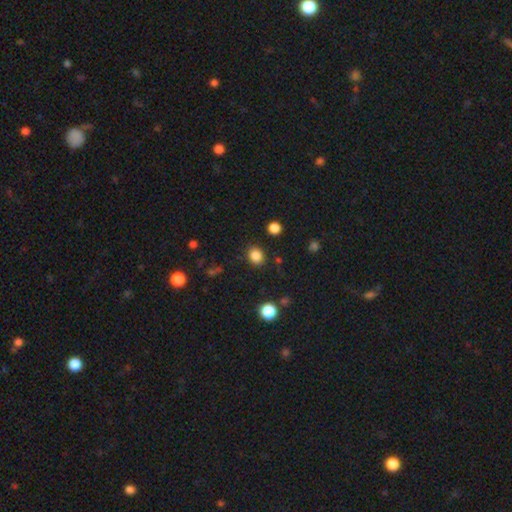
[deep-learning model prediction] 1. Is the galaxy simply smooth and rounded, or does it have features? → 84% smooth, 12% star or artifact, 4% featured or disk.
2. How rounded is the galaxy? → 68% round, 31% in between, 1% cigar-shaped.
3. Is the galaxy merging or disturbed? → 87% none, 8% minor disturbance, 3% major disturbance, 2% merger.